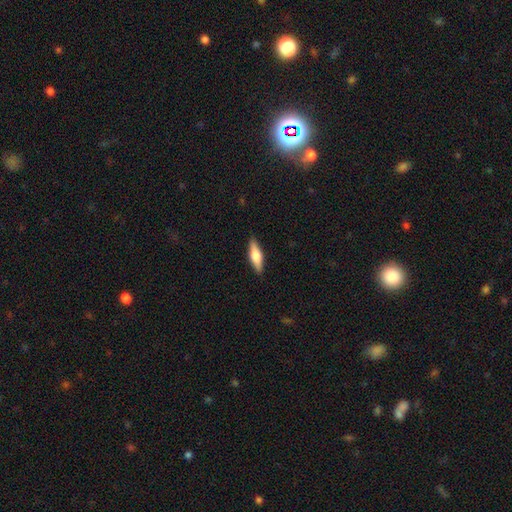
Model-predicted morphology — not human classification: Smooth or featured? smooth (55%)
How rounded? cigar-shaped (55%)
Merging? none (88%)